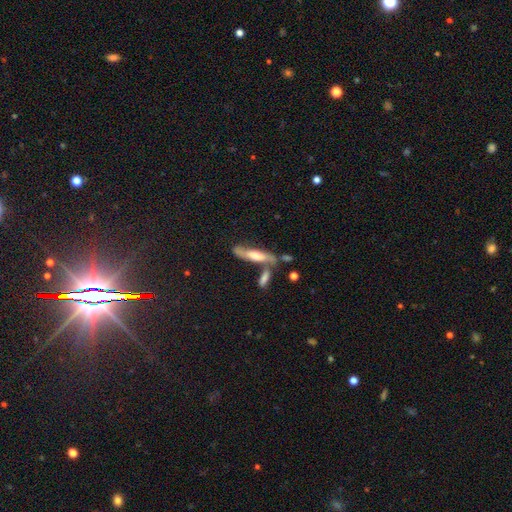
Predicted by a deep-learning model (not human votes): Morphology: type=featured or disk (52%); edge-on=yes (67%); merging=none (53%).